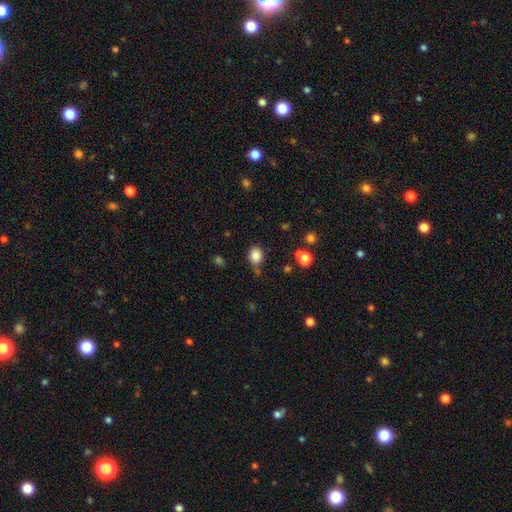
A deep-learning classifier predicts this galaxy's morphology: A smooth galaxy with no disk features (85%) that is round (53%). Merging: none (77%).